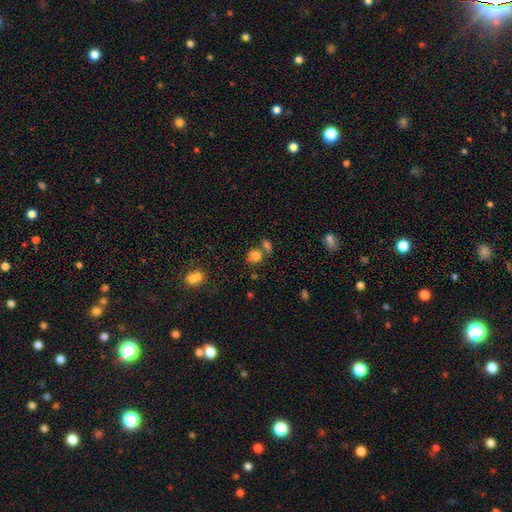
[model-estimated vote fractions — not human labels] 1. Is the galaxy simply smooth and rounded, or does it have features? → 76% smooth, 14% star or artifact, 11% featured or disk.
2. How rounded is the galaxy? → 67% round, 31% in between, 1% cigar-shaped.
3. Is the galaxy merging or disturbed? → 49% none, 32% merger, 13% minor disturbance, 6% major disturbance.